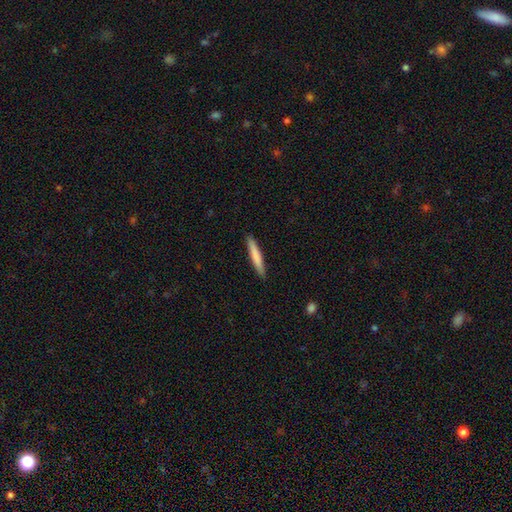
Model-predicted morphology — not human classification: A smooth galaxy with no disk features (77%) that is cigar-shaped (95%).

Vote fractions:
- Smooth or featured? smooth: 77% / featured or disk: 18% / star or artifact: 5%
- How rounded? cigar-shaped: 95% / in between: 4% / round: 1%
- Merging? none: 90% / minor disturbance: 7% / major disturbance: 1% / merger: 1%